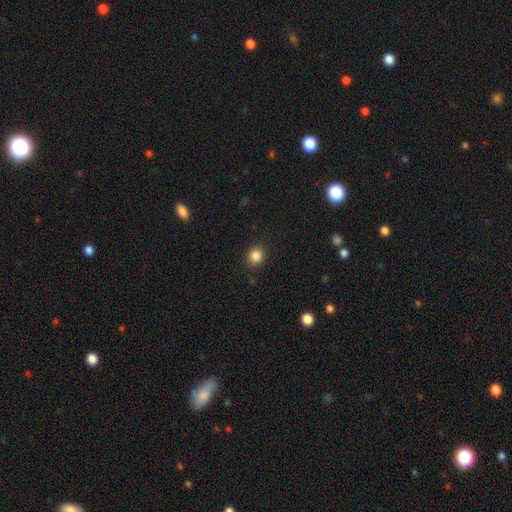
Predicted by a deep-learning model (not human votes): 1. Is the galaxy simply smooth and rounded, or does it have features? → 86% smooth, 11% star or artifact, 4% featured or disk.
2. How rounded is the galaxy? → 78% round, 21% in between, 1% cigar-shaped.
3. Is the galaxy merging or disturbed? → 89% none, 7% minor disturbance, 2% major disturbance, 1% merger.